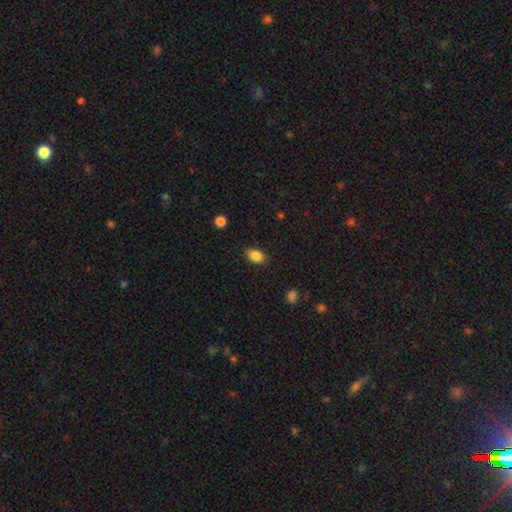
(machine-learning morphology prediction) Smooth or featured? Predicted: smooth (p=0.86). How rounded? Predicted: in between (p=0.86). Merging? Predicted: none (p=0.86).